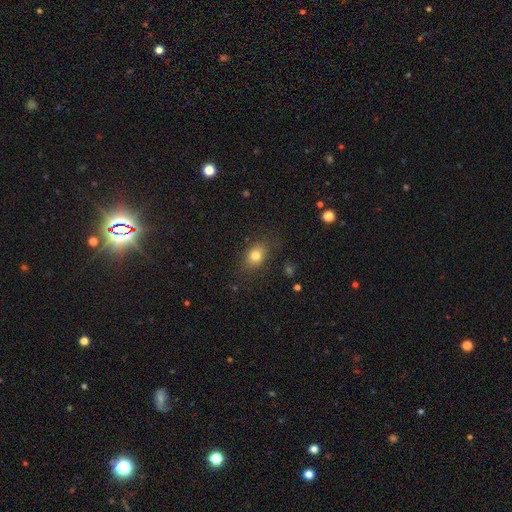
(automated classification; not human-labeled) This appears to be a smooth galaxy with no disk features (78%) that is in between round and cigar-shaped (66%). Merging: none (77%).